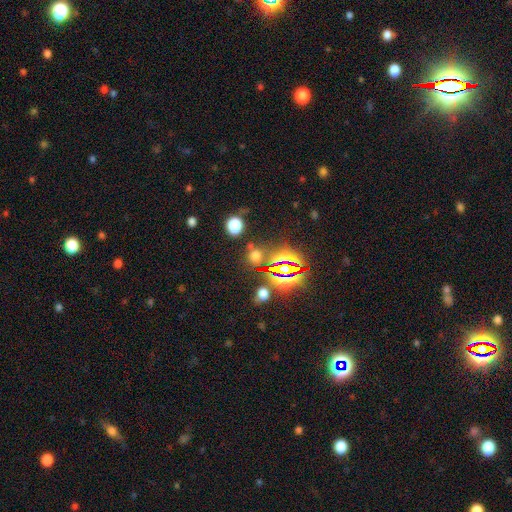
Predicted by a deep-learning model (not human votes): A star or artifact, not a galaxy (48%).

Vote fractions:
- Smooth or featured? star or artifact: 48% / smooth: 45% / featured or disk: 7%